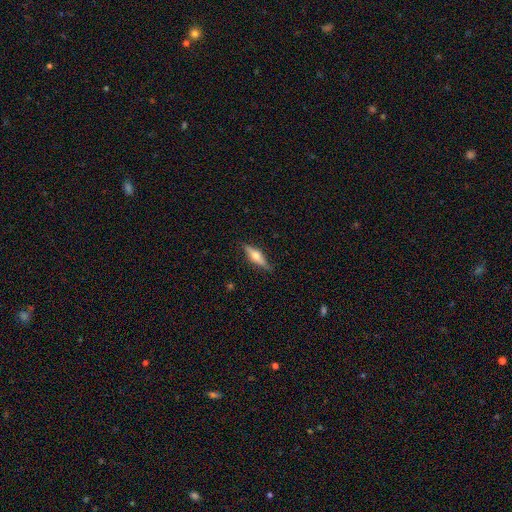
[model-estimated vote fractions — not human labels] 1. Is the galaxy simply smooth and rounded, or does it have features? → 51% featured or disk, 43% smooth, 6% star or artifact.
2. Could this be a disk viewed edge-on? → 92% yes, 8% no.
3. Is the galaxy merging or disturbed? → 82% none, 14% minor disturbance, 3% major disturbance, 1% merger.